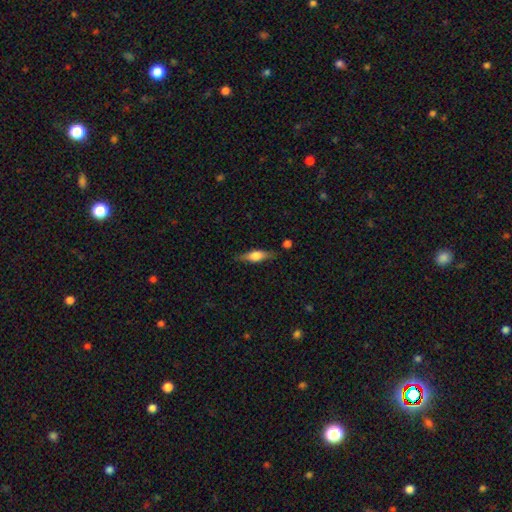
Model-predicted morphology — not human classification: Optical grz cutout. It shows a smooth galaxy with no disk features (53%) that is in between round and cigar-shaped (50%). Merging: none (78%).